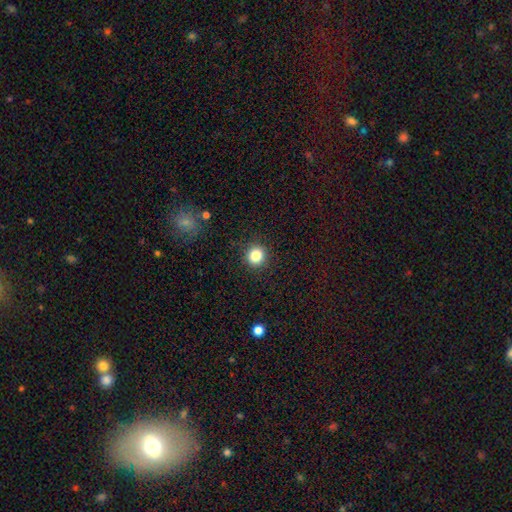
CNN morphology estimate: The model was most divided on "smooth or featured": smooth: 84%, star or artifact: 11%, featured or disk: 5%. More confident: how rounded — round (91%); merging — none (90%).